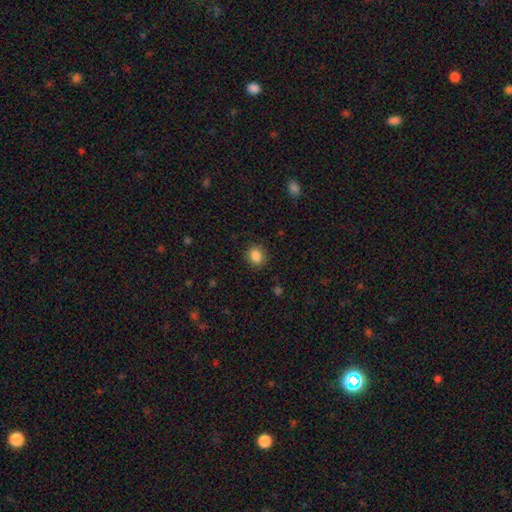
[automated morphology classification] A smooth galaxy with no disk features (86%) that is round (67%). Merging: none (87%).